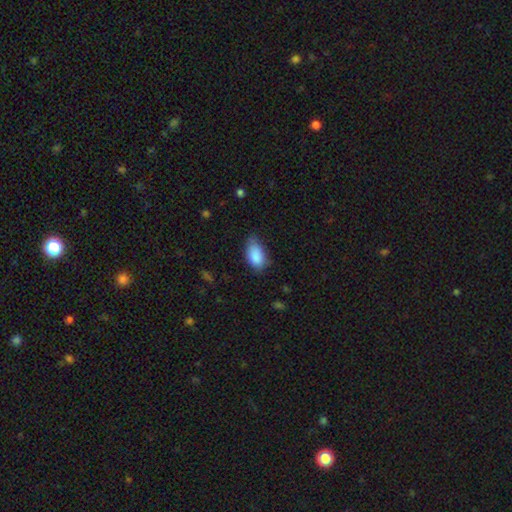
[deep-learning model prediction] This appears to be a smooth galaxy with no disk features (87%) that is in between round and cigar-shaped (93%). Merging: none (54%).